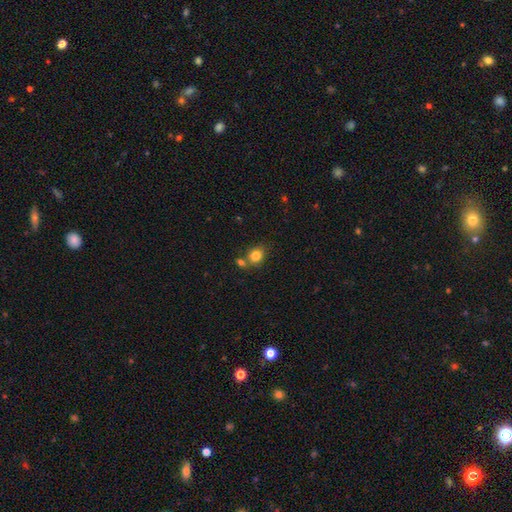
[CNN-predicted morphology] Smooth or featured? smooth (81%)
How rounded? round (66%)
Merging? none (60%)